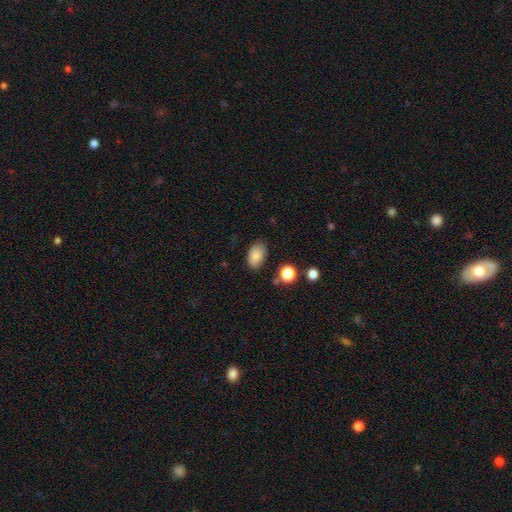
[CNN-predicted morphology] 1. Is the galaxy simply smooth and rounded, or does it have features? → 86% smooth, 8% star or artifact, 6% featured or disk.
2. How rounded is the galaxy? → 90% in between, 9% round, 1% cigar-shaped.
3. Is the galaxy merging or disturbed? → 77% none, 17% minor disturbance, 4% major disturbance, 2% merger.